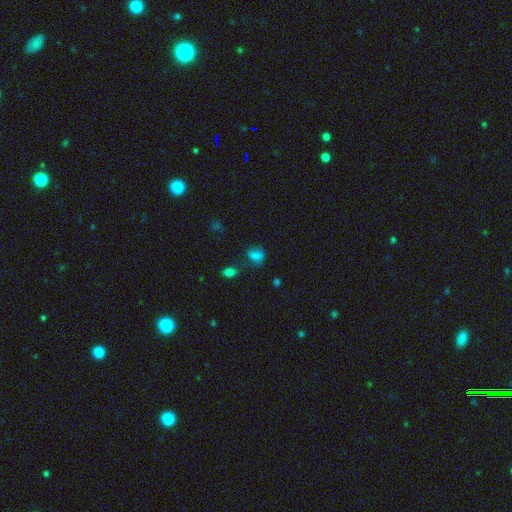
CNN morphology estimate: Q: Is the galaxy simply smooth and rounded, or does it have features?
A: smooth — 74%.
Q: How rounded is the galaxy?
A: in between — 63%.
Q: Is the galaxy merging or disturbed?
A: none — 52%.